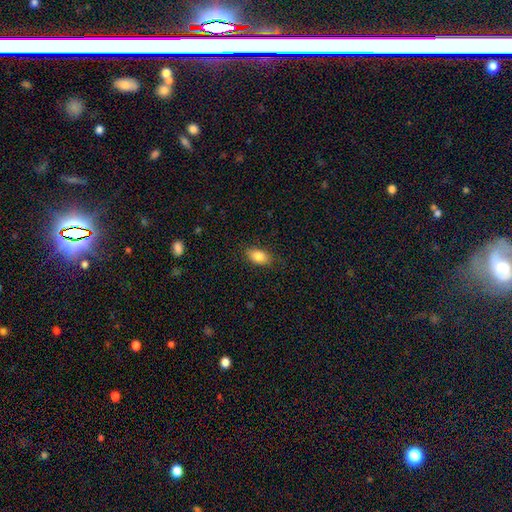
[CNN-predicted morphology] smooth_or_featured: smooth (p=0.83) [alt: star or artifact p=0.09]
how_rounded: in between (p=0.87) [alt: round p=0.10]
merging: none (p=0.84) [alt: minor disturbance p=0.12]